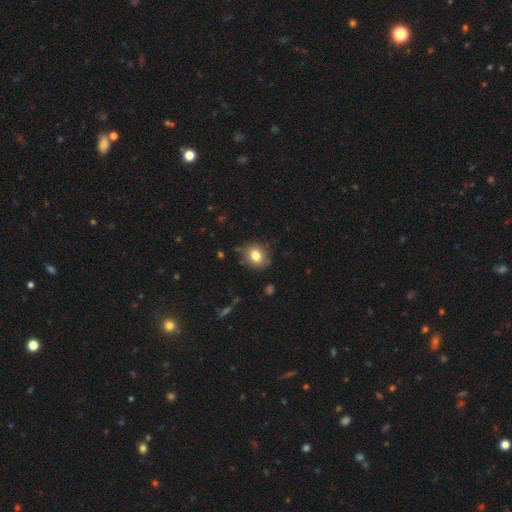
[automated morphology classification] type=smooth (79%); roundness=round (72%); merging=none (82%).